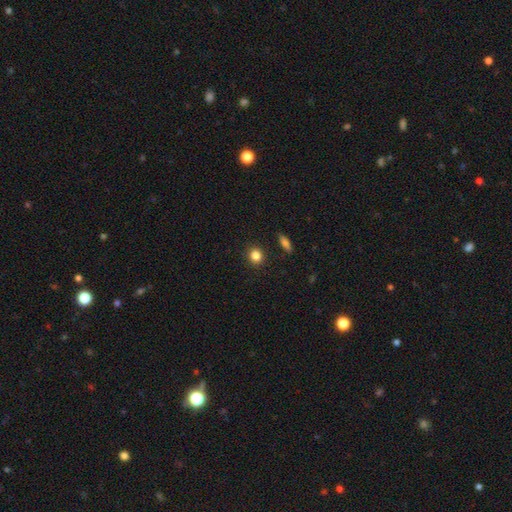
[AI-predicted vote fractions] This appears to be a smooth galaxy with no disk features (85%) that is round (84%). Merging: none (90%).